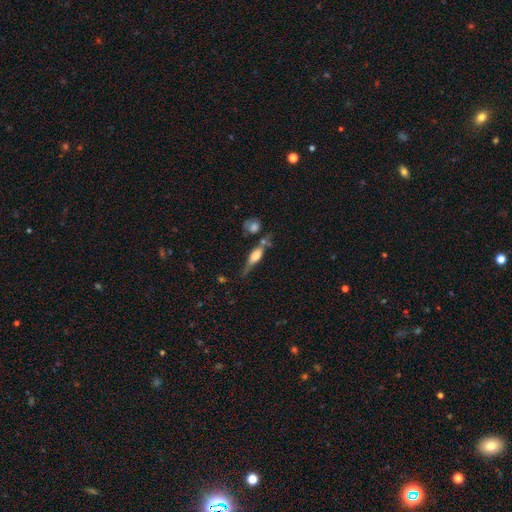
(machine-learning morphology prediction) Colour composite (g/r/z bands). It shows a featured or disk galaxy (46%). Merging: none (46%).